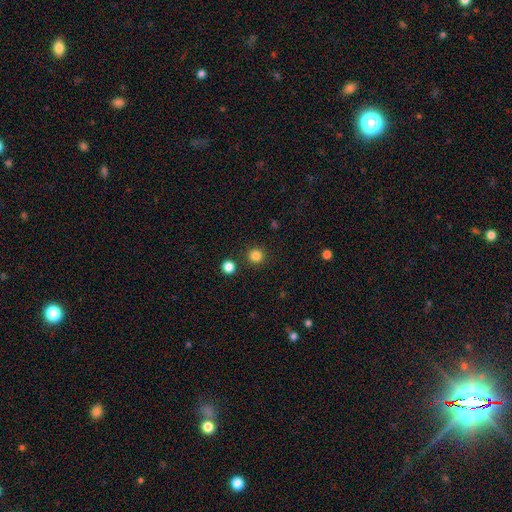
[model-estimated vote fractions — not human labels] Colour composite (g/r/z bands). It shows a smooth galaxy with no disk features (83%) that is round (95%). Merging: none (90%).